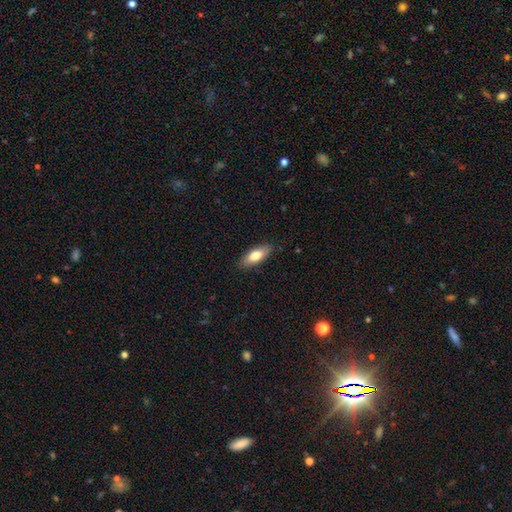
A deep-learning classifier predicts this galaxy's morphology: Overall: smooth (75%). How rounded: in between (75%). Merging: none (86%).